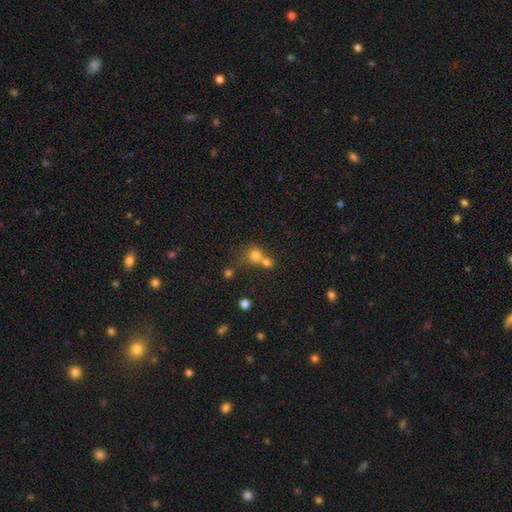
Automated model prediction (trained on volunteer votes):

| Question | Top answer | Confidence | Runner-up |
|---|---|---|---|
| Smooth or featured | smooth | 75% | star or artifact (14%) |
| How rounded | round | 82% | in between (17%) |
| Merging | merger | 56% | none (35%) |